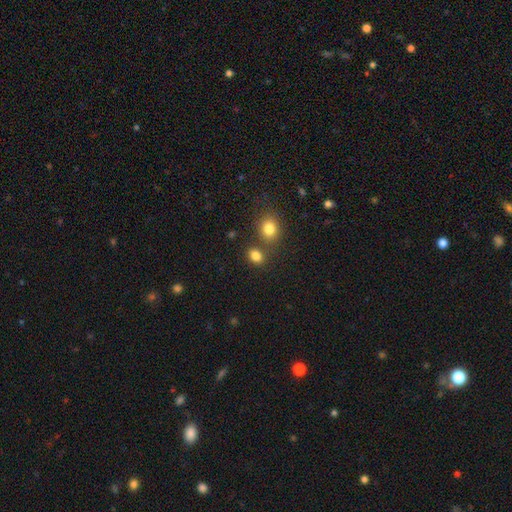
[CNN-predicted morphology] This appears to be a smooth galaxy with no disk features (83%) that is in between round and cigar-shaped (60%). Merging: none (65%).